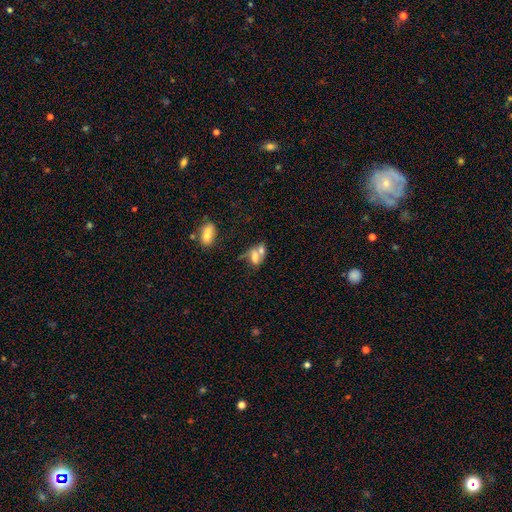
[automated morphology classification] Smooth or featured?
  - smooth: 59% *
  - featured or disk: 28%
  - star or artifact: 13%
How rounded?
  - in between: 76% *
  - round: 19%
  - cigar-shaped: 5%
Merging?
  - merger: 59% *
  - none: 21%
  - minor disturbance: 11%
  - major disturbance: 9%